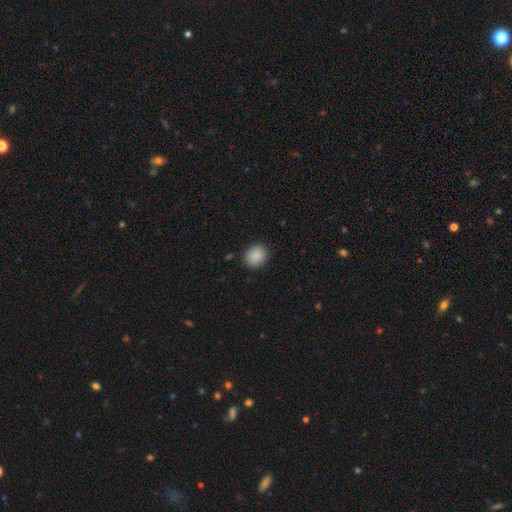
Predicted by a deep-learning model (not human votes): Morphology: type=smooth (88%); roundness=round (67%); merging=none (89%).